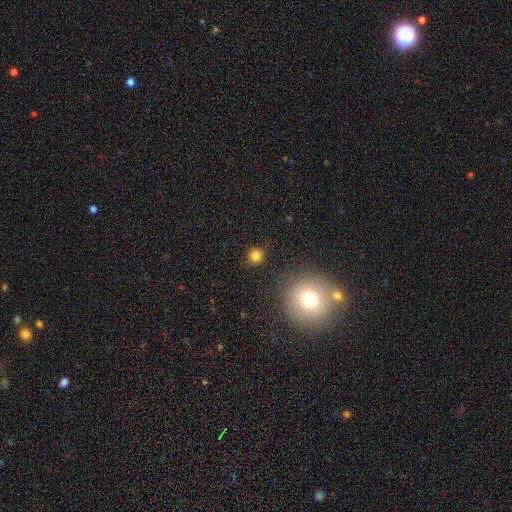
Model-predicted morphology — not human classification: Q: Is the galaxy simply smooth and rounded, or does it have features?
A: smooth — 79%.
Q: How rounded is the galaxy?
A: round — 89%.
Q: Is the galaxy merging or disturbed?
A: none — 88%.